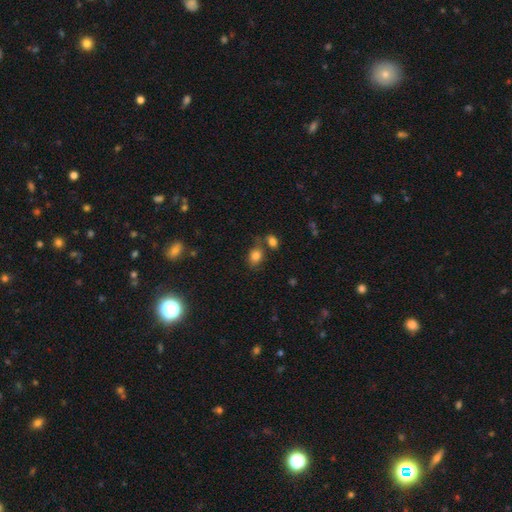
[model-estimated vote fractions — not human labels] This appears to be a smooth galaxy with no disk features (82%) that is in between round and cigar-shaped (67%). Merging: none (60%).